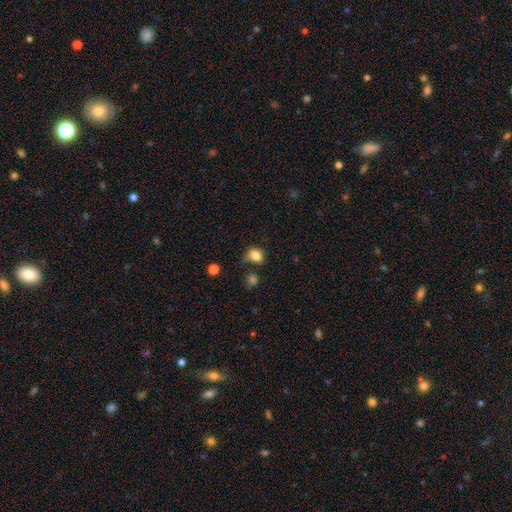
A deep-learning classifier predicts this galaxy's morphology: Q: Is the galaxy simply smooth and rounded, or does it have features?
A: smooth — 81%.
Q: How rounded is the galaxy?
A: round — 59%.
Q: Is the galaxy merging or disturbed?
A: none — 53%.